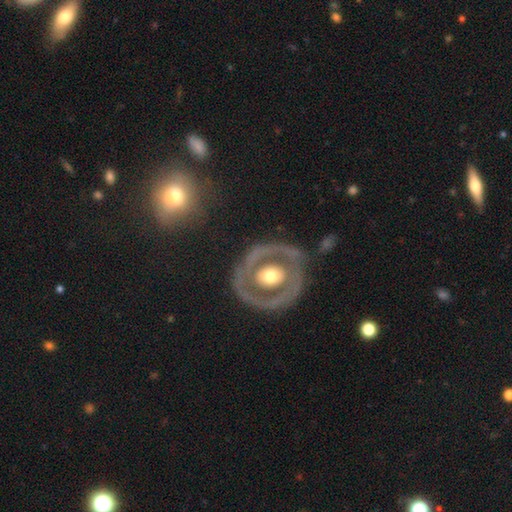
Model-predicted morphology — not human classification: This appears to be a featured or disk galaxy (71%) with no bar (72%), no spiral arms (75%) and a moderate central bulge (67%). Merging: none (75%).